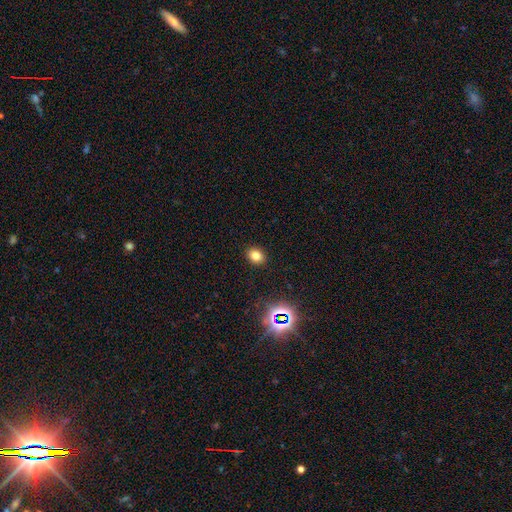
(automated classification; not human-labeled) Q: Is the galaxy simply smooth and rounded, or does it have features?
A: smooth — 77%.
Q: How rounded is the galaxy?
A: round — 54%.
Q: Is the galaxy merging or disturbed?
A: none — 90%.